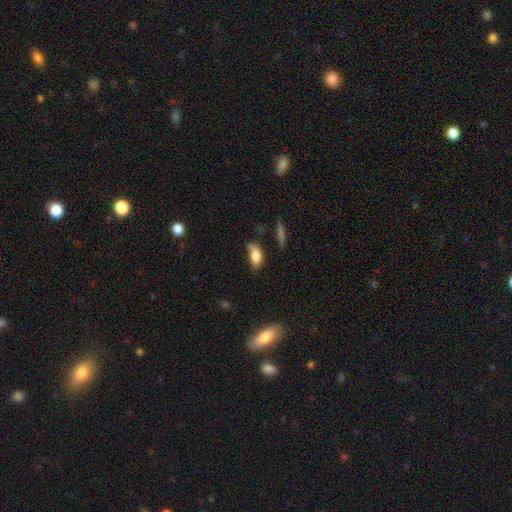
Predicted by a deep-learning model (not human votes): Smooth or featured: smooth — 77% (featured or disk — 14%)
How rounded: in between — 87% (cigar-shaped — 8%)
Merging: minor disturbance — 36% (tied with none — 36%)